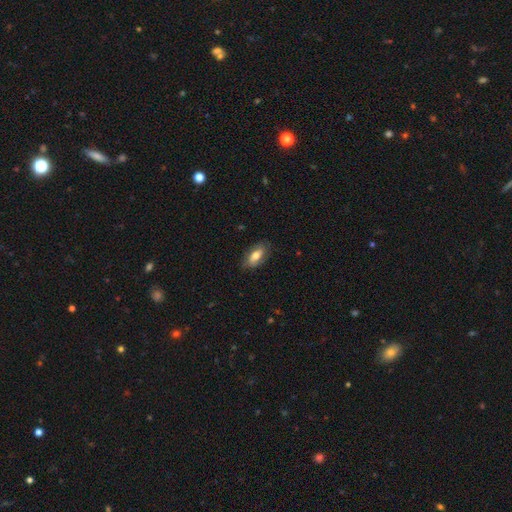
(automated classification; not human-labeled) Smooth or featured: smooth — 68% (featured or disk — 26%)
How rounded: in between — 88% (cigar-shaped — 8%)
Merging: none — 79% (minor disturbance — 16%)